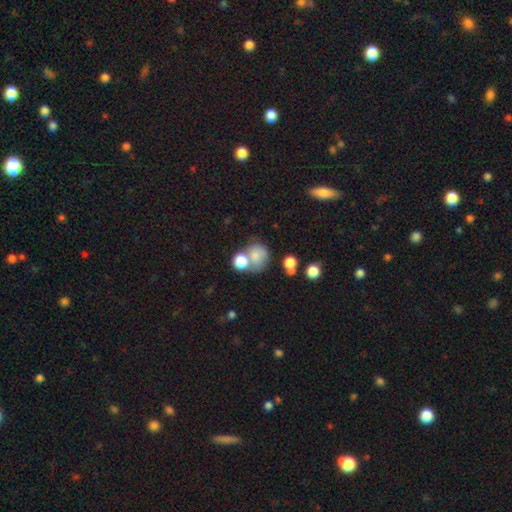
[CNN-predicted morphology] type=smooth (74%); roundness=round (71%); merging=merger (41%).